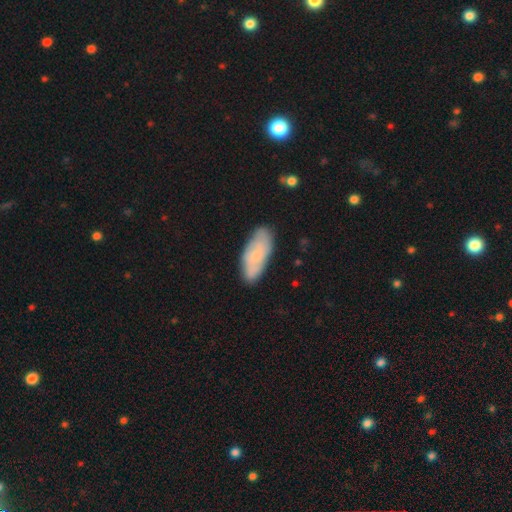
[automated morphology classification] Smooth or featured? smooth (66%)
How rounded? in between (80%)
Merging? none (77%)